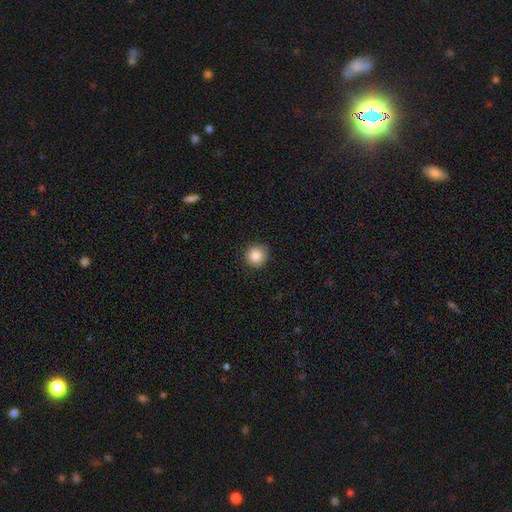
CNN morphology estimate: Smooth or featured? Predicted: smooth (p=0.88). How rounded? Predicted: round (p=0.94). Merging? Predicted: none (p=0.90).